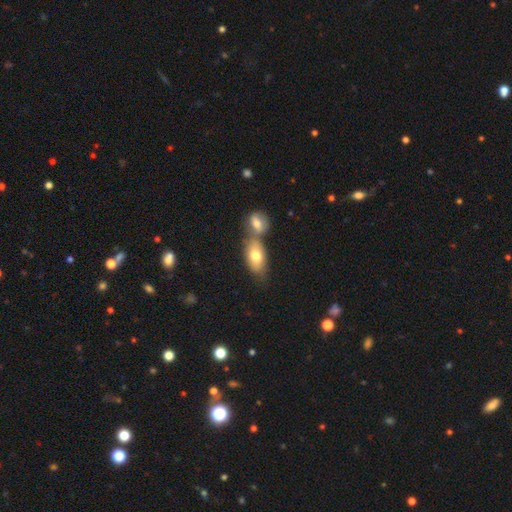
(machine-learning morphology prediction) This is likely a smooth galaxy (73%). How rounded: clearly in between (88%). Merging: possibly merger (52%).